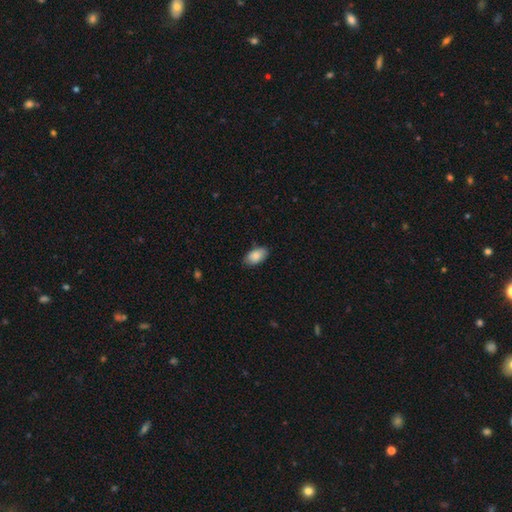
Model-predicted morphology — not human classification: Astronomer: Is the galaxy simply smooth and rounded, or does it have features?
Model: smooth — 86%.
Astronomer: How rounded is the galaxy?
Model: in between — 94%.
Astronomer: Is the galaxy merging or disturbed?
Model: none — 83%.